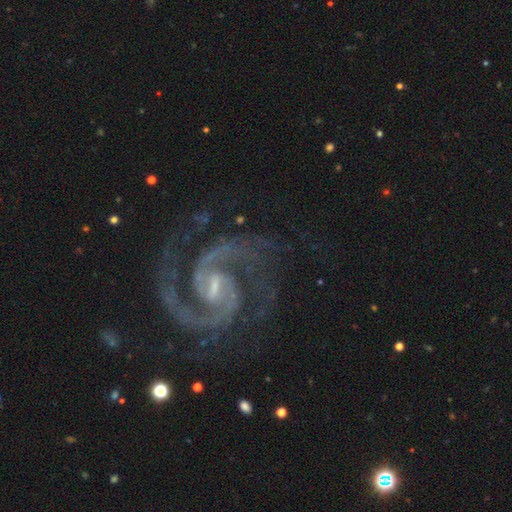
featured or disk 97%, star or artifact 3%, smooth 0%. Down the decision tree: edge-on disk — no (100%); bar — weak (74%); spiral arms — yes (100%); spiral arm count — 2 (97%); spiral winding — tight (46%, tied with medium); bulge size — small (57%); merging — none (69%).